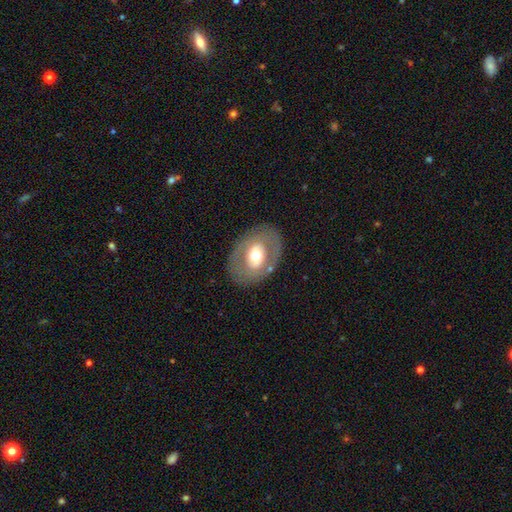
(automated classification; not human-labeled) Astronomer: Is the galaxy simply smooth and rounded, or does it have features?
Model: featured or disk — 47% (runner-up: smooth, 46%).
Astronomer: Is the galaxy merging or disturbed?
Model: none — 81%.